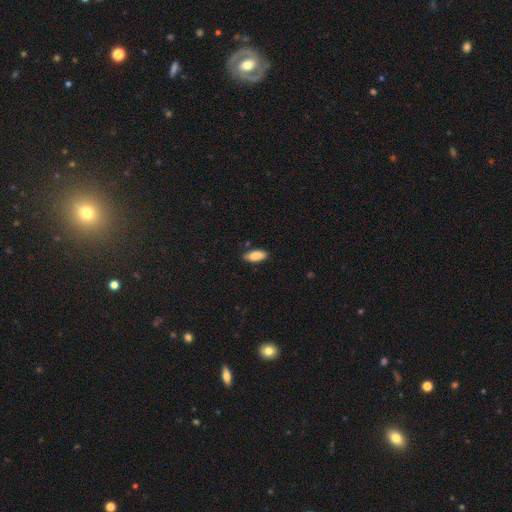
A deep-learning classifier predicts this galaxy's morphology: Overall: smooth (88%). How rounded: in between (84%). Merging: none (83%).